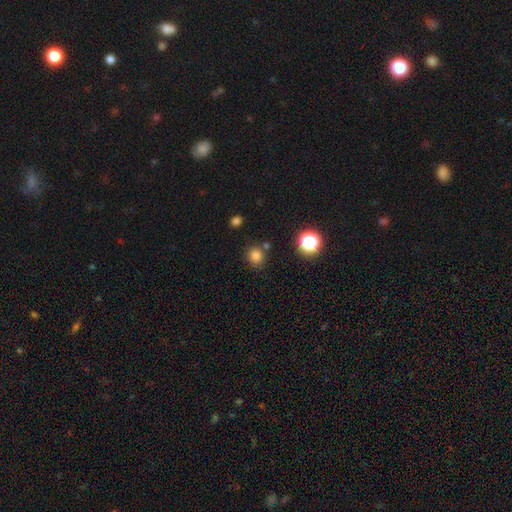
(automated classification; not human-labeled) Morphology: type=smooth (79%); roundness=round (90%); merging=none (79%).